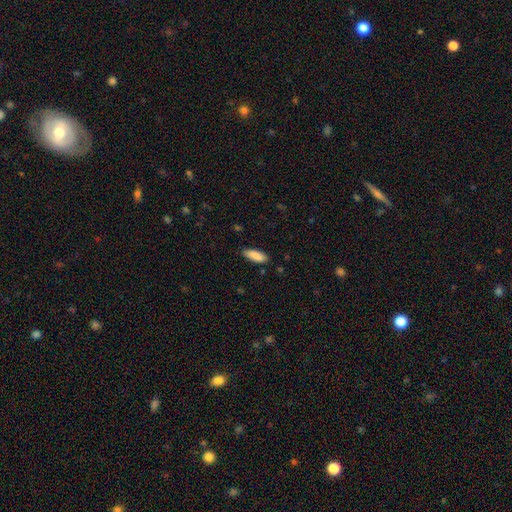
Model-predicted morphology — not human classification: A smooth galaxy with no disk features (89%) that is in between round and cigar-shaped (67%).

Vote fractions:
- Smooth or featured? smooth: 89% / star or artifact: 6% / featured or disk: 5%
- How rounded? in between: 67% / cigar-shaped: 32% / round: 1%
- Merging? none: 84% / minor disturbance: 12% / major disturbance: 2% / merger: 1%